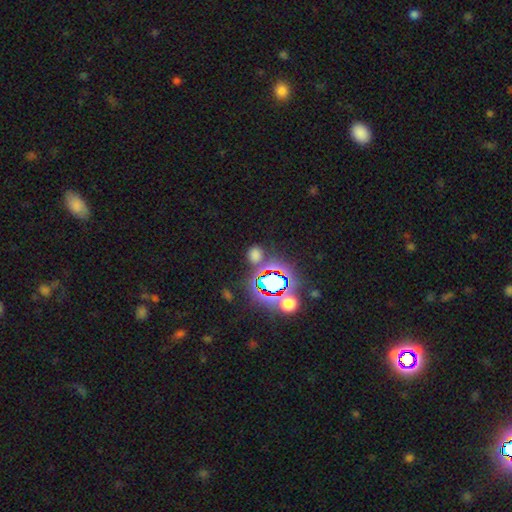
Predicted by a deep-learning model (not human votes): Smooth or featured? smooth (50%)
How rounded? round (66%)
Merging? none (75%)